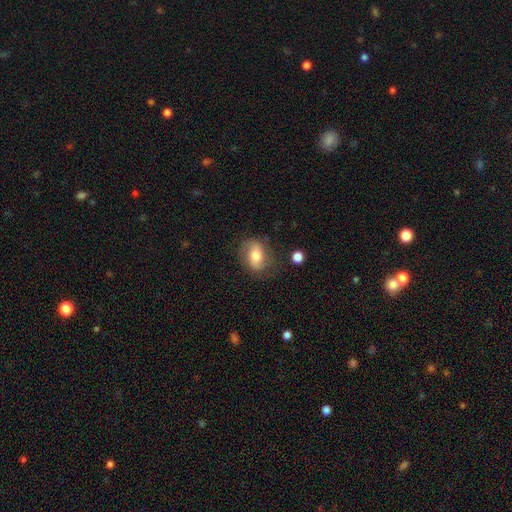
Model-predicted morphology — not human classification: Overall: smooth (52%; featured or disk 40%). How rounded: in between (71%). Merging: none (69%).